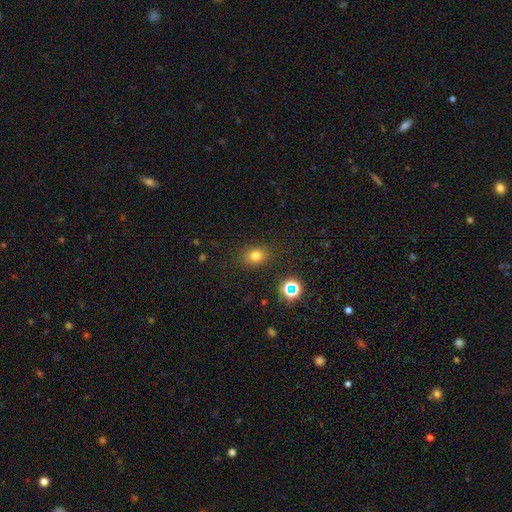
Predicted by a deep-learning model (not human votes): Overall: smooth (75%). How rounded: round (55%; in between 44%). Merging: none (85%).